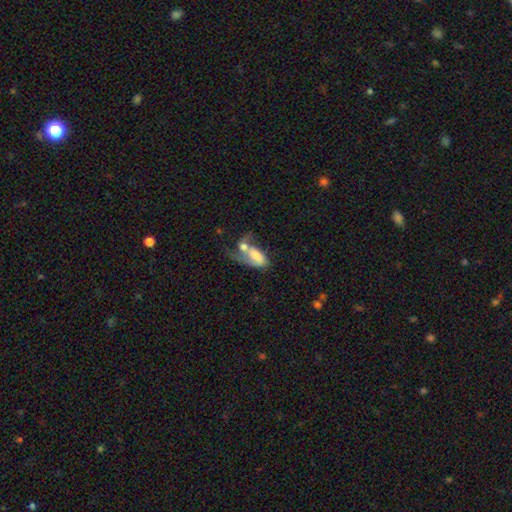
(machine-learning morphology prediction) Overall: smooth (53%; featured or disk 39%). How rounded: in between (87%). Merging: merger (65%).